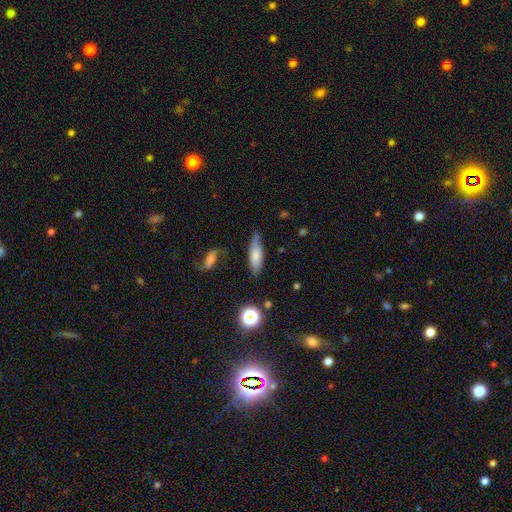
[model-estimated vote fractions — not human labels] Overall: smooth (71%). How rounded: in between (50%; cigar-shaped 48%). Merging: none (68%).